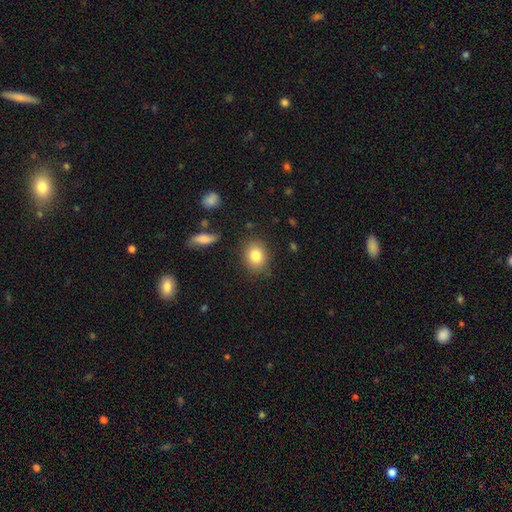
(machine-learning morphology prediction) Q: Smooth or featured?
A: smooth (82%); runner-up: star or artifact (9%)
Q: How rounded?
A: round (55%); runner-up: in between (44%)
Q: Merging?
A: none (84%); runner-up: minor disturbance (11%)